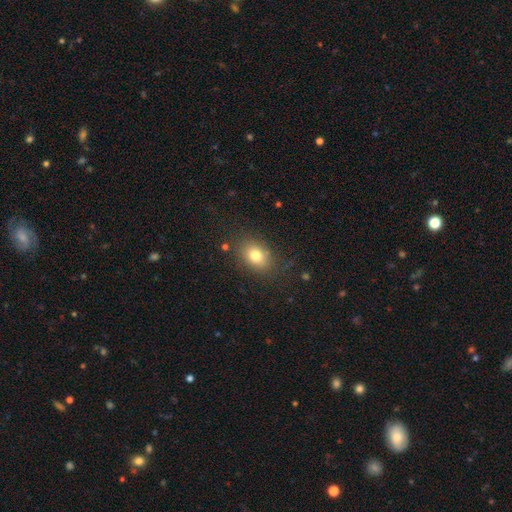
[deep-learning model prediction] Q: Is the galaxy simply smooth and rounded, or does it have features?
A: smooth — 79%.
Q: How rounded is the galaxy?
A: in between — 70%.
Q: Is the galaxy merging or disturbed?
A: none — 81%.